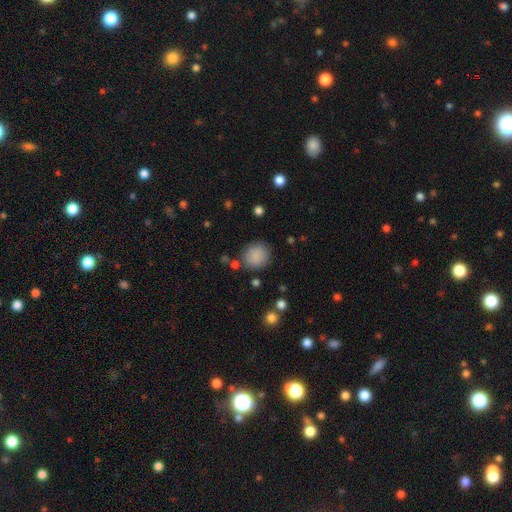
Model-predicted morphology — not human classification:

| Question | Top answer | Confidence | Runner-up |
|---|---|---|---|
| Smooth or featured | smooth | 86% | star or artifact (9%) |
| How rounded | round | 84% | in between (15%) |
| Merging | none | 83% | minor disturbance (10%) |